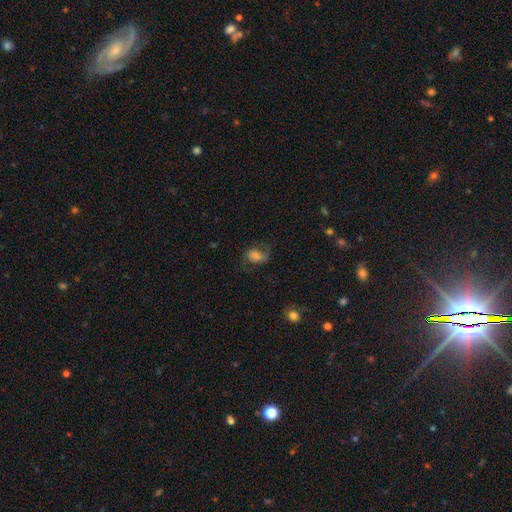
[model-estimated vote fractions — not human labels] Smooth or featured?
  - smooth: 53% *
  - featured or disk: 37%
  - star or artifact: 11%
How rounded?
  - in between: 77% *
  - round: 21%
  - cigar-shaped: 2%
Merging?
  - none: 58% *
  - minor disturbance: 22%
  - major disturbance: 18%
  - merger: 2%